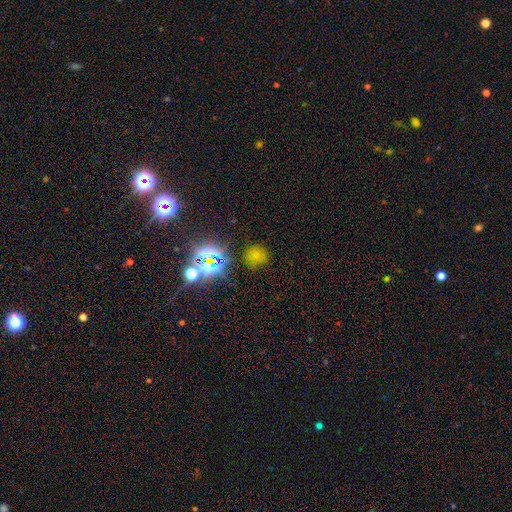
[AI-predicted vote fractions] smooth-or-featured: smooth: 59% | star or artifact: 33% | featured or disk: 8%
  how-rounded: round: 88% | in between: 11% | cigar-shaped: 1%
  merging: none: 81% | minor disturbance: 11% | major disturbance: 4% | merger: 4%